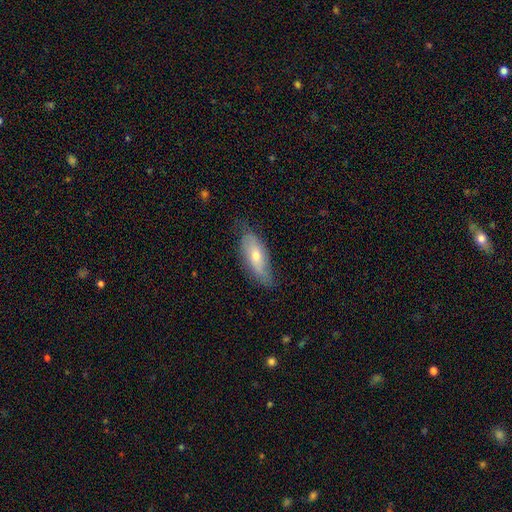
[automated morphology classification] This appears to be a smooth galaxy with no disk features (54%) that is in between round and cigar-shaped (73%). Merging: none (65%).